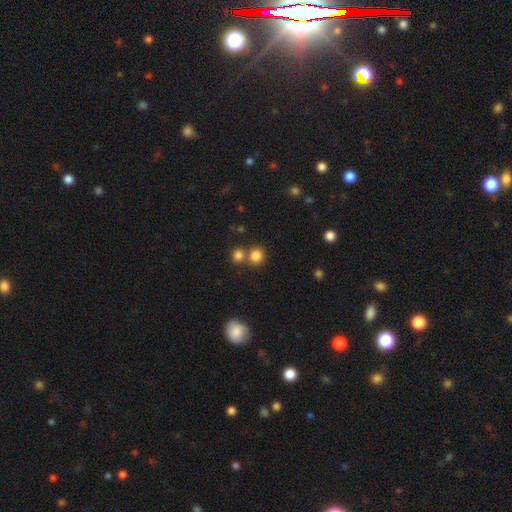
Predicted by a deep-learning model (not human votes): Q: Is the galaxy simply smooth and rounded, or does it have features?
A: smooth — 82%.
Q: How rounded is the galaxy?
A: round — 88%.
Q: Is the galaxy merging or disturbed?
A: none — 62%.